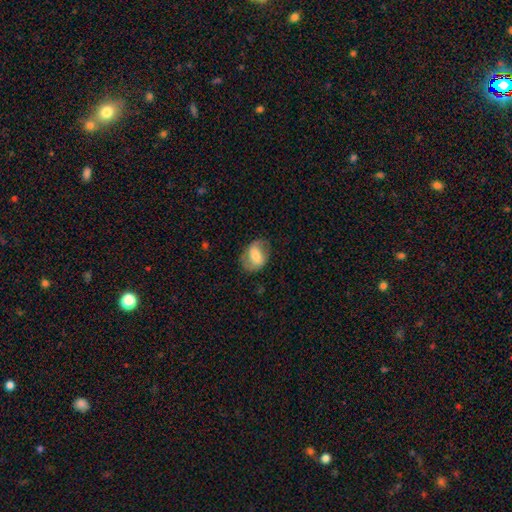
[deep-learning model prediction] Smooth or featured? smooth (54%)
How rounded? in between (74%)
Merging? none (67%)